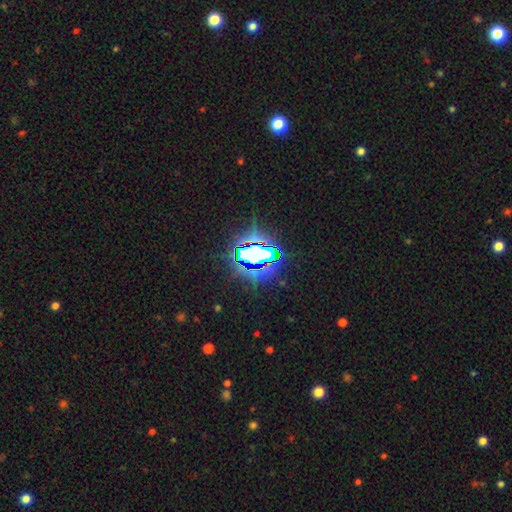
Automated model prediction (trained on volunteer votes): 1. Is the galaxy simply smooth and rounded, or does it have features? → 75% star or artifact, 13% smooth, 12% featured or disk.